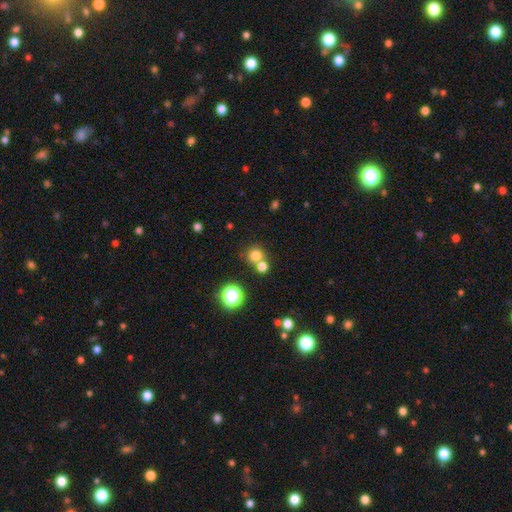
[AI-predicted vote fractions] Overall: smooth (74%). How rounded: round (89%). Merging: none (59%; merger 30%).